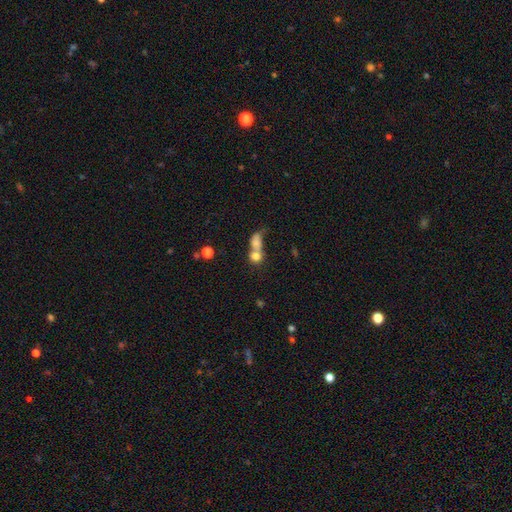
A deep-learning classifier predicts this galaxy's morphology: A smooth galaxy with no disk features (73%) that is round (66%).

Vote fractions:
- Smooth or featured? smooth: 73% / featured or disk: 16% / star or artifact: 12%
- How rounded? round: 66% / in between: 31% / cigar-shaped: 3%
- Merging? merger: 63% / none: 23% / major disturbance: 7% / minor disturbance: 7%